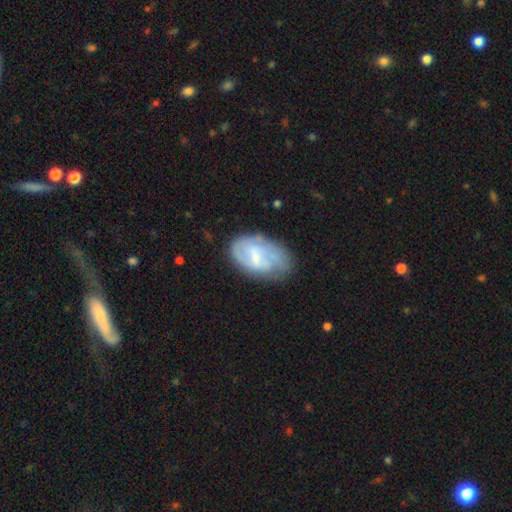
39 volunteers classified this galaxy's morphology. featured or disk 74%, smooth 23%, star or artifact 3%. Down the decision tree: edge-on disk — no (86%); bar — weak (48%); spiral arms — yes (92%); spiral arm count — 2 (26%, tied with can't tell); spiral winding — tight (65%); bulge size — small (52%); merging — none (74%).